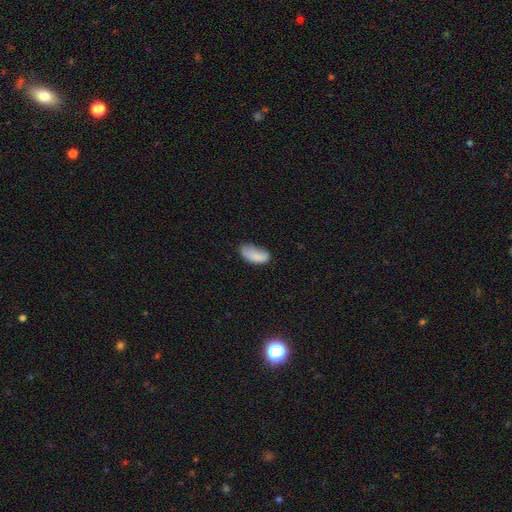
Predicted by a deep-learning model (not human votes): Smooth or featured? Predicted: smooth (p=0.82). How rounded? Predicted: in between (p=0.94). Merging? Predicted: none (p=0.51).